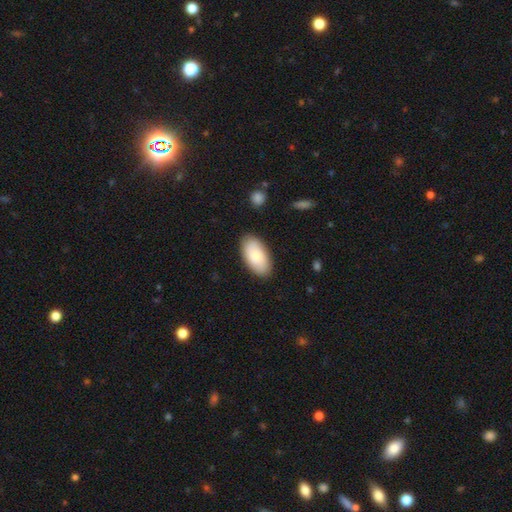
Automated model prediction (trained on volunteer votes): The model was most divided on "smooth or featured": smooth: 78%, featured or disk: 16%, star or artifact: 6%. More confident: how rounded — in between (95%); merging — none (86%).